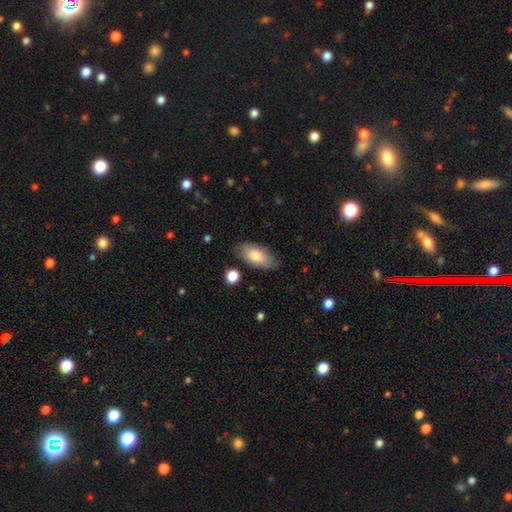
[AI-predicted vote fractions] smooth-or-featured: smooth: 78% | featured or disk: 16% | star or artifact: 6%
  how-rounded: in between: 91% | cigar-shaped: 6% | round: 3%
  merging: none: 82% | minor disturbance: 14% | major disturbance: 3% | merger: 2%